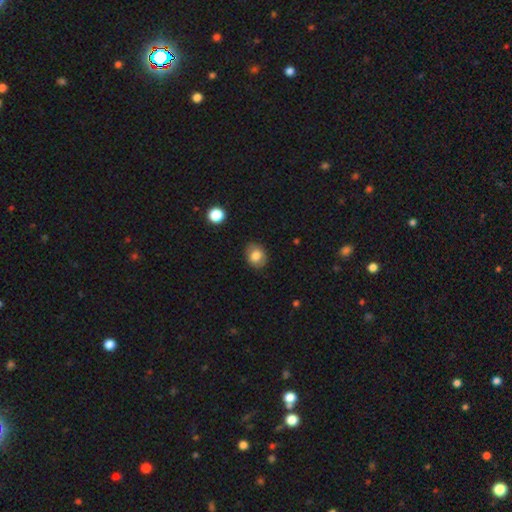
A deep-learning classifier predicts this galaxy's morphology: A smooth galaxy with no disk features (80%) that is round (54%). Merging: none (85%).